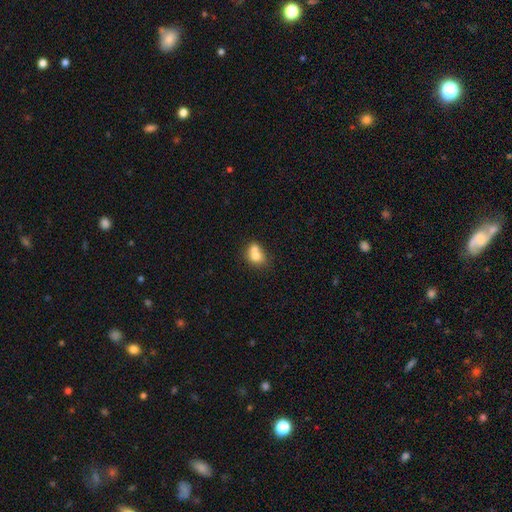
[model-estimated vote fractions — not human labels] This is likely a smooth galaxy (72%). How rounded: possibly round (54%). Merging: possibly merger (60%).